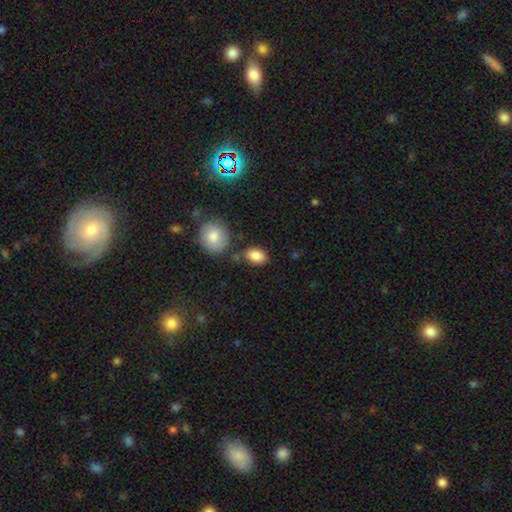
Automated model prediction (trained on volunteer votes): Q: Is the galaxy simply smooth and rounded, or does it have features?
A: smooth — 87%.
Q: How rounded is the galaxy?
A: in between — 83%.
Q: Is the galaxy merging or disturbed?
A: none — 72%.